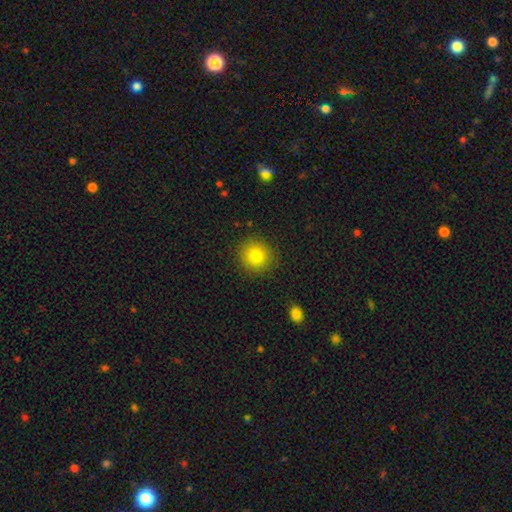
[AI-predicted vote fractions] Smooth or featured: smooth — 82% (star or artifact — 11%)
How rounded: round — 92% (in between — 7%)
Merging: none — 90% (minor disturbance — 7%)